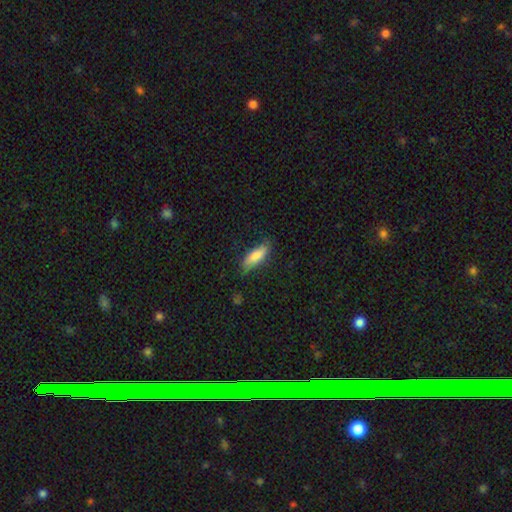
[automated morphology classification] Smooth or featured?
  - smooth: 80% *
  - featured or disk: 13%
  - star or artifact: 6%
How rounded?
  - in between: 62% *
  - cigar-shaped: 36%
  - round: 2%
Merging?
  - none: 70% *
  - minor disturbance: 23%
  - major disturbance: 5%
  - merger: 2%